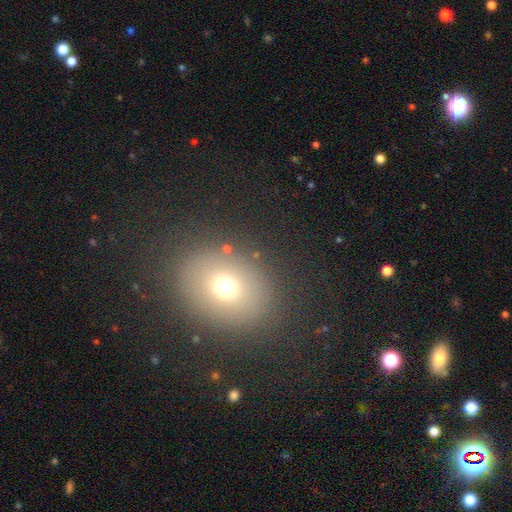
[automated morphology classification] smooth_or_featured: smooth (p=0.66) [alt: star or artifact p=0.19]
how_rounded: in between (p=0.52) [alt: round p=0.47]
merging: none (p=0.86) [alt: minor disturbance p=0.08]